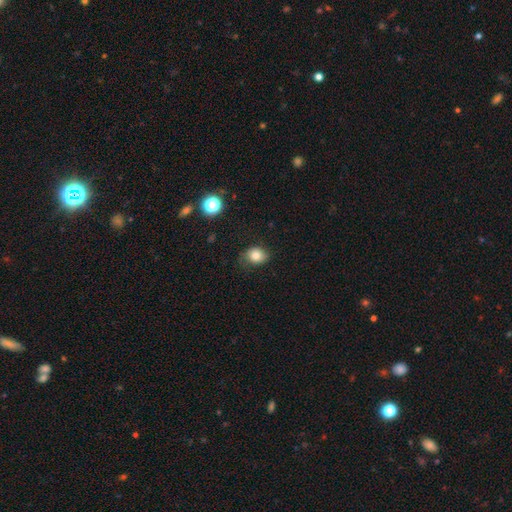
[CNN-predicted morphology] The model was most divided on "how rounded": in between: 51%, round: 48%, cigar-shaped: 1%. More confident: smooth or featured — smooth (80%); merging — none (65%).